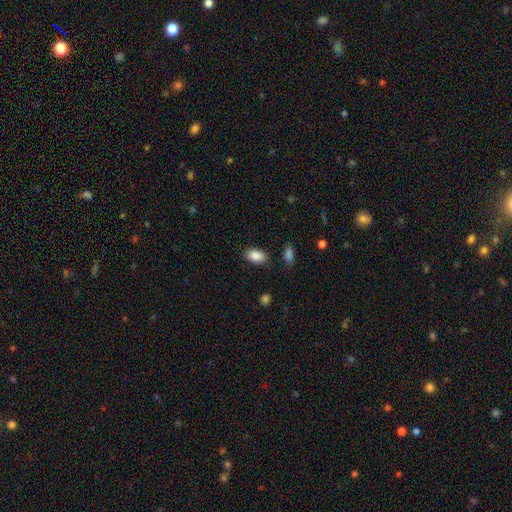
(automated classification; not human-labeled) Q: Smooth or featured?
A: smooth (88%); runner-up: star or artifact (7%)
Q: How rounded?
A: in between (92%); runner-up: round (6%)
Q: Merging?
A: none (83%); runner-up: minor disturbance (12%)